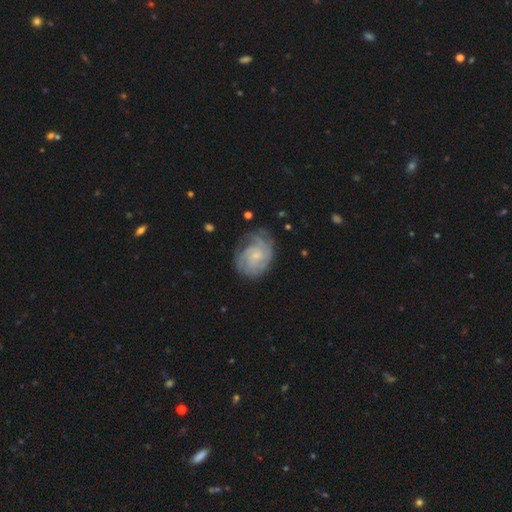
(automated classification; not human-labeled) Q: Smooth or featured?
A: featured or disk (80%); runner-up: smooth (14%)
Q: Edge-on disk?
A: no (98%); runner-up: yes (2%)
Q: Bar?
A: no (74%); runner-up: weak (23%)
Q: Spiral arms?
A: yes (95%); runner-up: no (5%)
Q: Spiral winding?
A: tight (68%); runner-up: medium (26%)
Q: Spiral arm count?
A: can't tell (33%); runner-up: 3 (21%)
Q: Bulge size?
A: small (75%); runner-up: moderate (18%)
Q: Merging?
A: none (67%); runner-up: minor disturbance (22%)